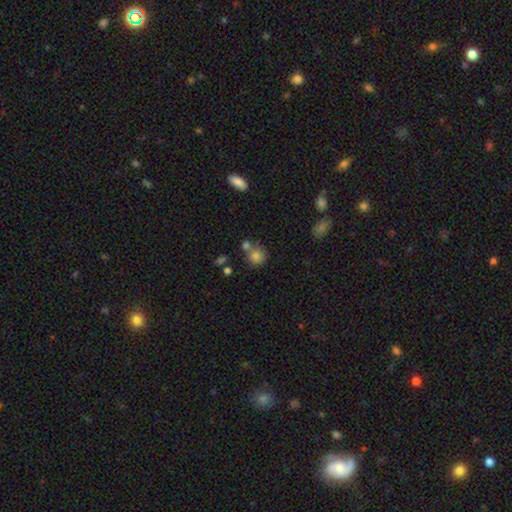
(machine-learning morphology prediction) type=smooth (79%); roundness=round (86%); merging=none (56%).